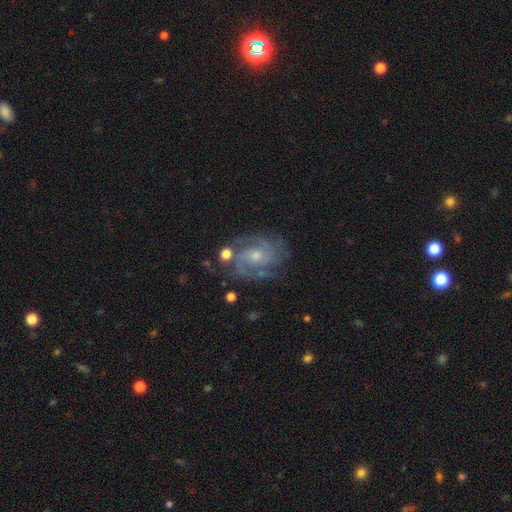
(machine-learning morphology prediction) Smooth or featured: featured or disk — 84% (smooth — 8%)
Edge-on disk: no — 97% (yes — 3%)
Bar: no — 64% (weak — 31%)
Spiral arms: yes — 95% (no — 5%)
Spiral winding: tight — 47% (medium — 43%)
Spiral arm count: 2 — 41% (3 — 23%)
Bulge size: small — 56% (moderate — 39%)
Merging: none — 71% (minor disturbance — 17%)